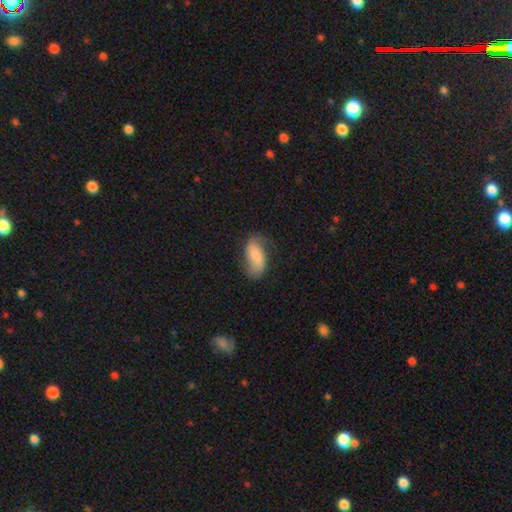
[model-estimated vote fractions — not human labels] Smooth or featured?
  - smooth: 52% *
  - featured or disk: 41%
  - star or artifact: 7%
How rounded?
  - in between: 90% *
  - cigar-shaped: 6%
  - round: 4%
Merging?
  - none: 63% *
  - minor disturbance: 25%
  - major disturbance: 10%
  - merger: 2%